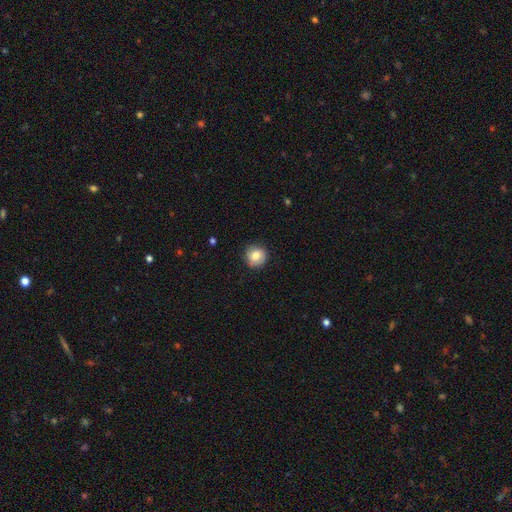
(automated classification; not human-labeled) Smooth or featured: smooth — 80% (featured or disk — 12%)
How rounded: round — 92% (in between — 7%)
Merging: none — 85% (minor disturbance — 11%)